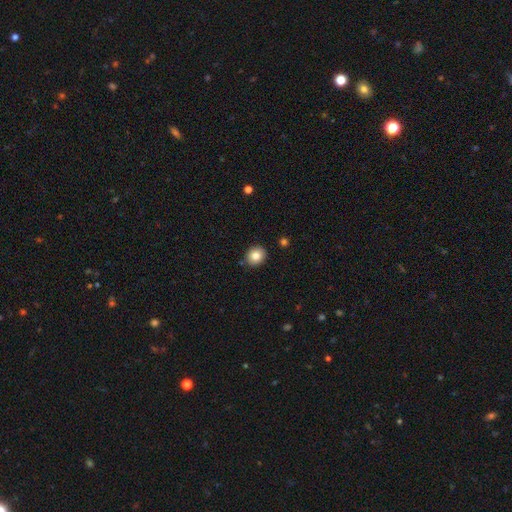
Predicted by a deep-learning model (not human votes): smooth_or_featured: smooth (p=0.83) [alt: star or artifact p=0.09]
how_rounded: round (p=0.75) [alt: in between p=0.24]
merging: none (p=0.88) [alt: minor disturbance p=0.08]